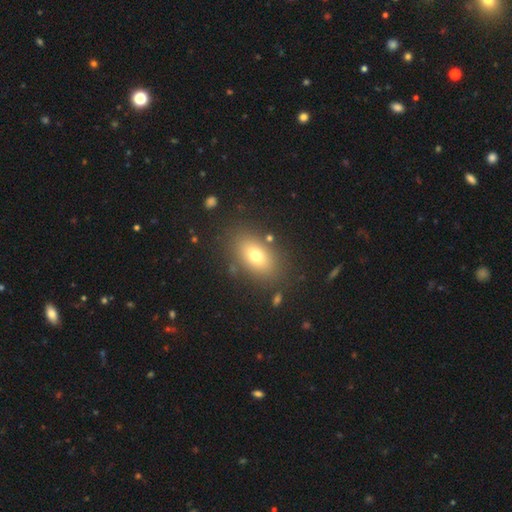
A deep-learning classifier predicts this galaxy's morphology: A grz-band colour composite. It shows a smooth galaxy with no disk features (72%) that is in between round and cigar-shaped (86%). Merging: none (83%).